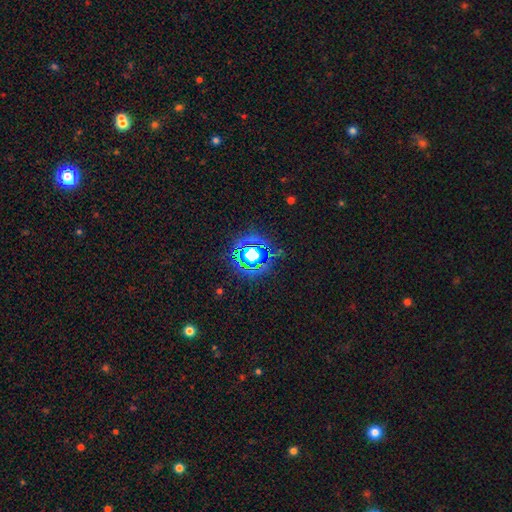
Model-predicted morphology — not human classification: Q: Smooth or featured?
A: star or artifact (77%); runner-up: smooth (15%)